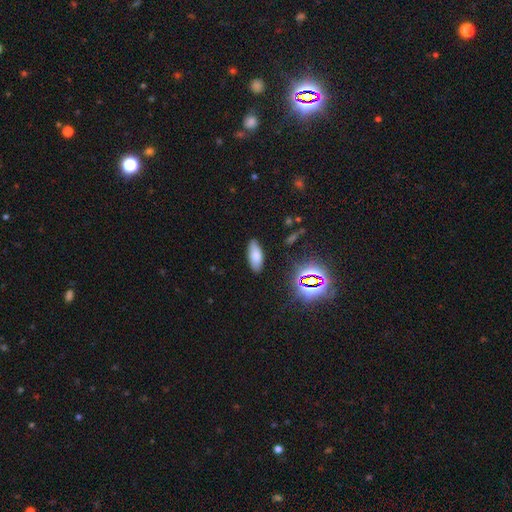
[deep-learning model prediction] A smooth galaxy with no disk features (76%) that is in between round and cigar-shaped (83%).

Vote fractions:
- Smooth or featured? smooth: 76% / star or artifact: 14% / featured or disk: 10%
- How rounded? in between: 83% / cigar-shaped: 14% / round: 3%
- Merging? none: 85% / minor disturbance: 11% / major disturbance: 3% / merger: 1%